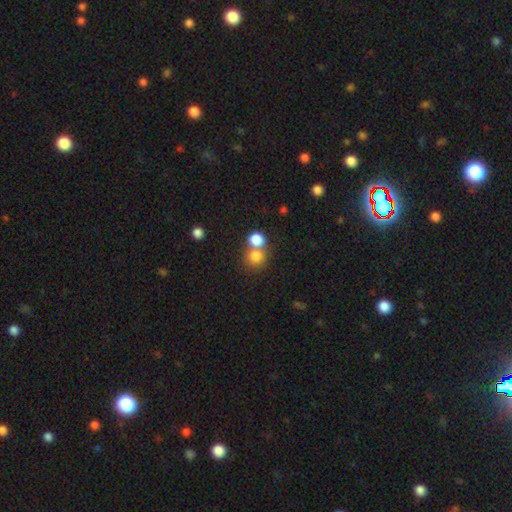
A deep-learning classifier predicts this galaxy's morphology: Smooth or featured: smooth — 79% (star or artifact — 13%)
How rounded: round — 85% (in between — 15%)
Merging: none — 47% (merger — 43%)